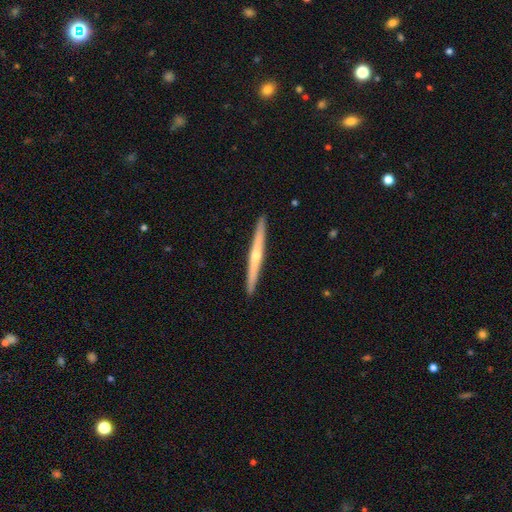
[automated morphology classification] Overall: featured or disk (73%). Edge-on disk: yes (98%). Edge-on bulge: rounded (78%). Merging: none (92%).